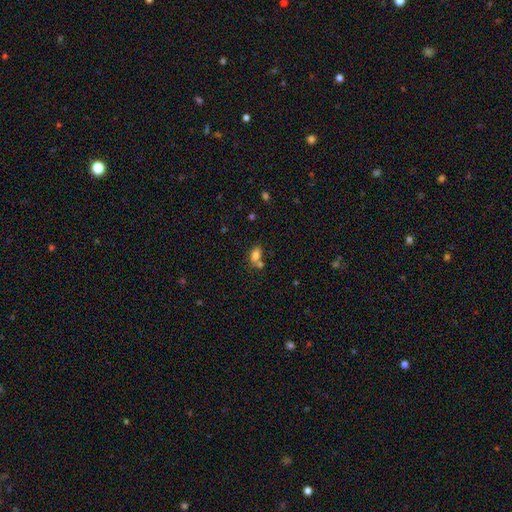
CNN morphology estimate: The model was most divided on "merging": none: 49%, merger: 33%, minor disturbance: 13%, major disturbance: 5%. More confident: how rounded — in between (85%); smooth or featured — smooth (80%).